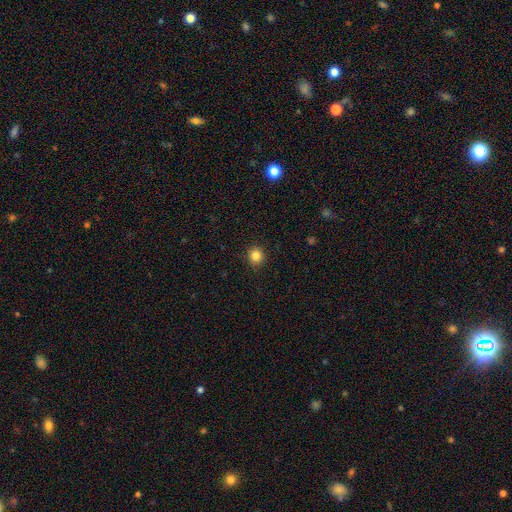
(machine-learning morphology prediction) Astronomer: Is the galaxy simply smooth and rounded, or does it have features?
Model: smooth — 84%.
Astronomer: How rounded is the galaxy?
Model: round — 90%.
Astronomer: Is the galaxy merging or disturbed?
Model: none — 91%.